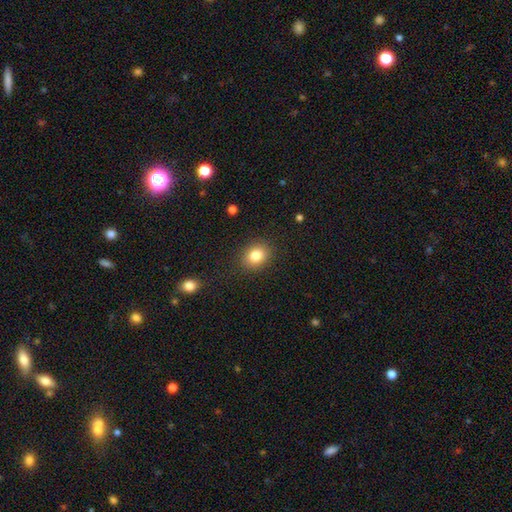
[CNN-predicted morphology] Smooth or featured? Predicted: smooth (p=0.83). How rounded? Predicted: round (p=0.53). Merging? Predicted: none (p=0.87).